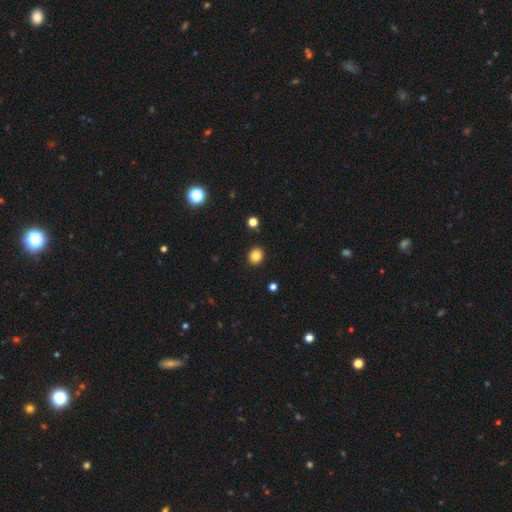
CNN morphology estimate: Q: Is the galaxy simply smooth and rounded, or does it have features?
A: smooth — 85%.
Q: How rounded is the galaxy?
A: round — 70%.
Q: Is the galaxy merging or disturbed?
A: none — 91%.